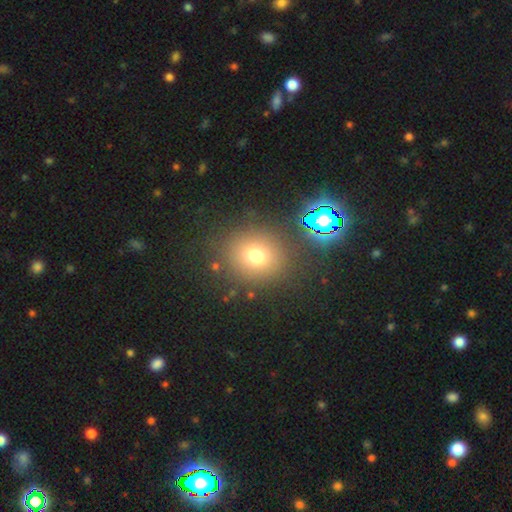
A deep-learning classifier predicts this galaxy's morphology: smooth 72%, star or artifact 19%, featured or disk 9%. Down the decision tree: how rounded — round (82%); merging — none (83%).